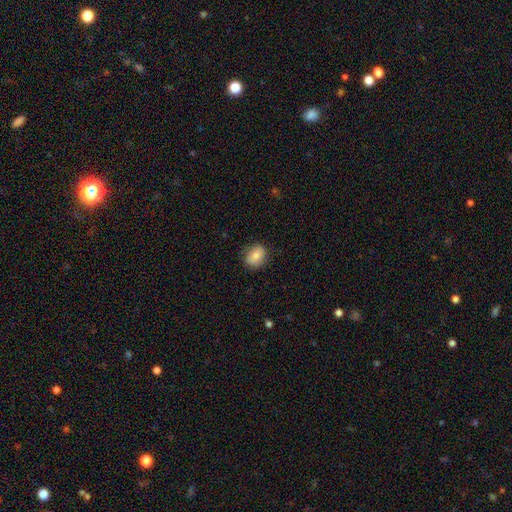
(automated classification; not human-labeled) Smooth or featured? Predicted: smooth (p=0.78). How rounded? Predicted: in between (p=0.52). Merging? Predicted: none (p=0.80).